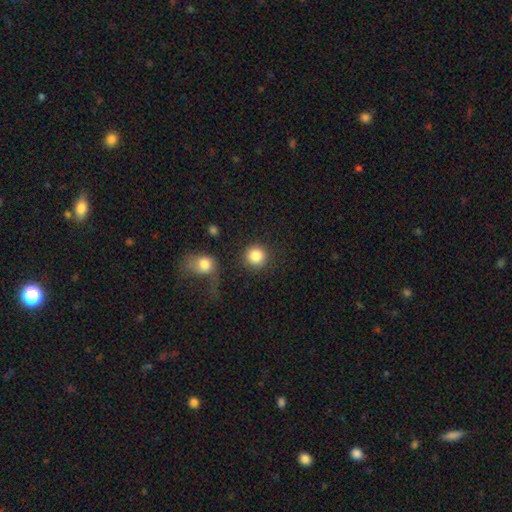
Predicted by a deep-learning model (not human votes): A smooth galaxy with no disk features (86%) that is round (92%).

Vote fractions:
- Smooth or featured? smooth: 86% / star or artifact: 9% / featured or disk: 6%
- How rounded? round: 92% / in between: 7% / cigar-shaped: 1%
- Merging? none: 79% / minor disturbance: 8% / merger: 7% / major disturbance: 6%